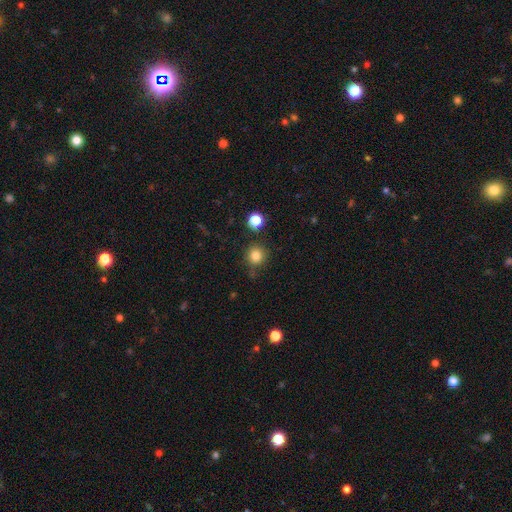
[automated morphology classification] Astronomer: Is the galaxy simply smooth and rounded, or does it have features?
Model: smooth — 83%.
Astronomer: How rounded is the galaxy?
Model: round — 91%.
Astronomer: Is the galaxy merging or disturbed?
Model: none — 81%.